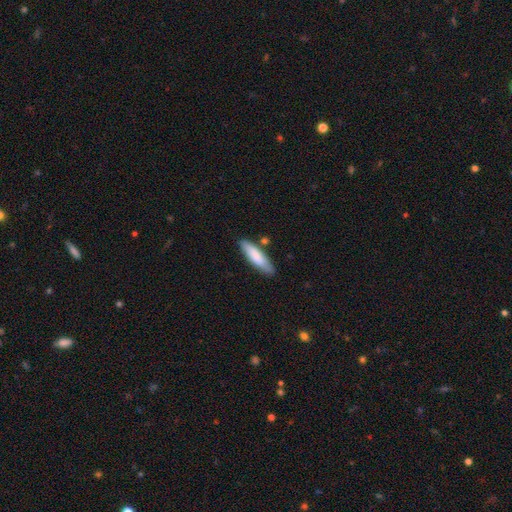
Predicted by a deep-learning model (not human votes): This appears to be a smooth galaxy with no disk features (79%) that is cigar-shaped (65%). Merging: none (78%).